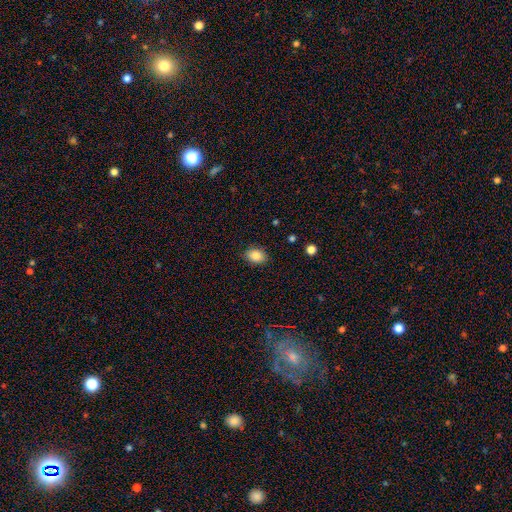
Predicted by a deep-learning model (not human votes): The model was most divided on "how rounded": in between: 70%, round: 29%, cigar-shaped: 1%. More confident: smooth or featured — smooth (86%); merging — none (86%).